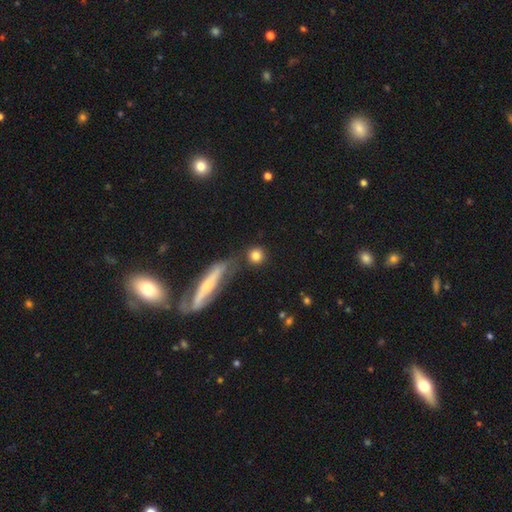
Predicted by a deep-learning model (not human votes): This appears to be a smooth galaxy with no disk features (81%) that is round (88%). Merging: none (78%).